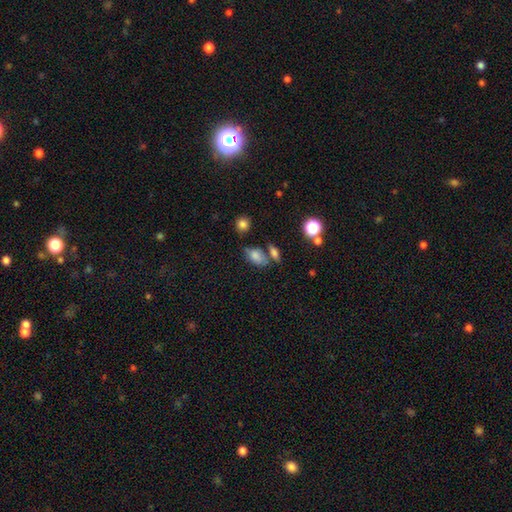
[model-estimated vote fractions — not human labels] smooth 76%, featured or disk 13%, star or artifact 11%. Down the decision tree: how rounded — in between (85%); merging — none (52%).